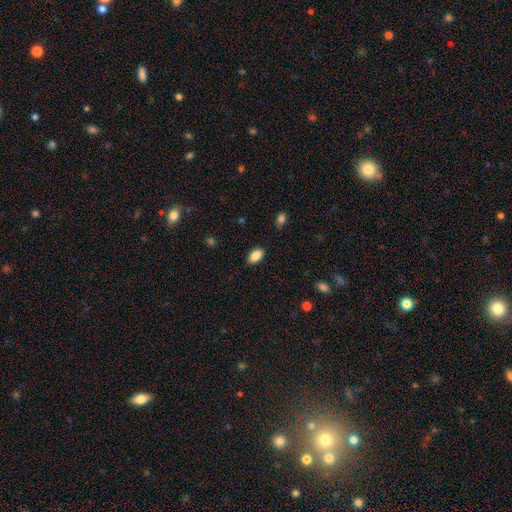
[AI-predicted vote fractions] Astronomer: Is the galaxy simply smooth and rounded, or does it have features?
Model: smooth — 87%.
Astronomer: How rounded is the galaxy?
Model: in between — 92%.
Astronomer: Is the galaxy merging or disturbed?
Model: none — 86%.